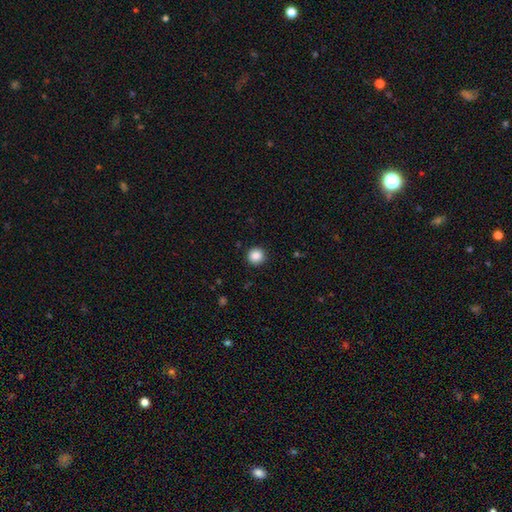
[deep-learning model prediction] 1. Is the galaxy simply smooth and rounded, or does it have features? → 87% smooth, 10% star or artifact, 3% featured or disk.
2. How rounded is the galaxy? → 94% round, 5% in between, 1% cigar-shaped.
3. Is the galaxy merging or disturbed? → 92% none, 5% minor disturbance, 2% major disturbance, 1% merger.